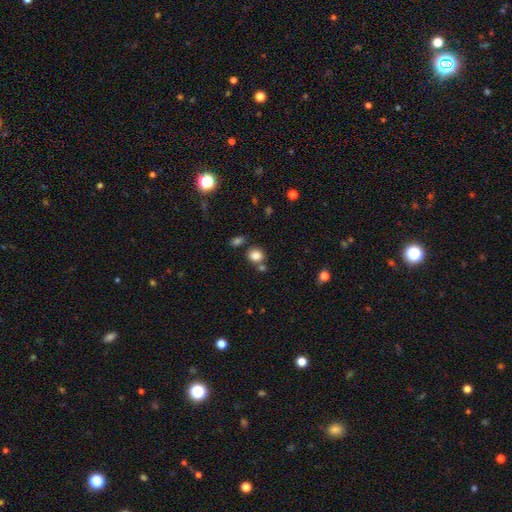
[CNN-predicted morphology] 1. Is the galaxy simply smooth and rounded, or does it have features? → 84% smooth, 11% star or artifact, 5% featured or disk.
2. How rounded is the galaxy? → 72% round, 27% in between, 1% cigar-shaped.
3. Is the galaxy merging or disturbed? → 70% none, 15% merger, 11% minor disturbance, 4% major disturbance.